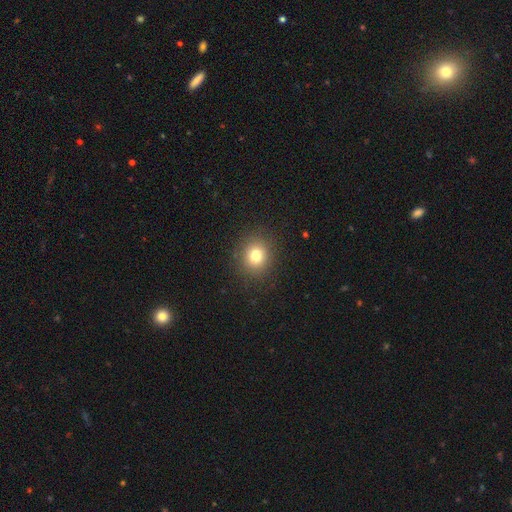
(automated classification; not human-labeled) Smooth or featured: smooth — 78% (star or artifact — 13%)
How rounded: round — 78% (in between — 22%)
Merging: none — 88% (minor disturbance — 7%)